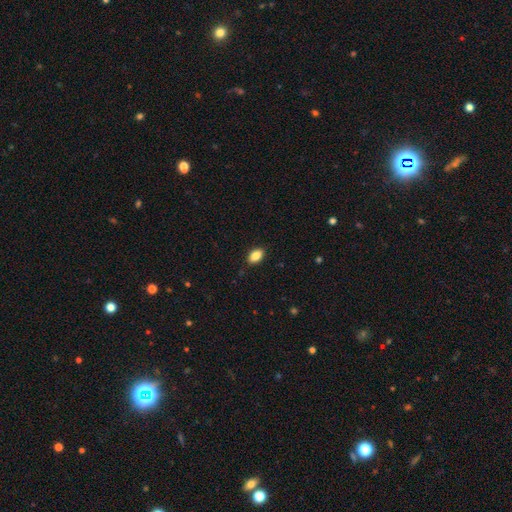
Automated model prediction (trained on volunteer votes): Overall: smooth (87%). How rounded: in between (89%). Merging: none (88%).